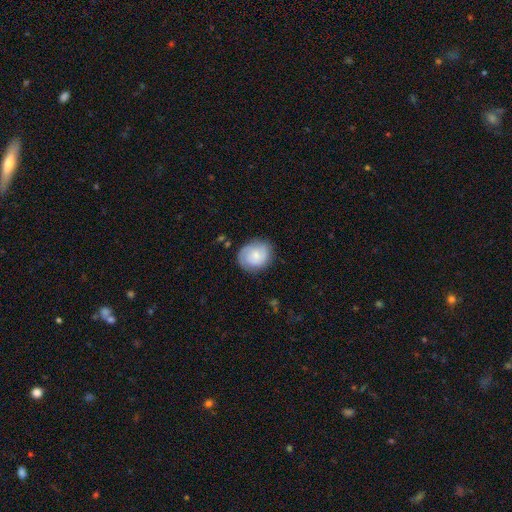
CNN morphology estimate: type=smooth (56%); roundness=round (65%); merging=none (77%).